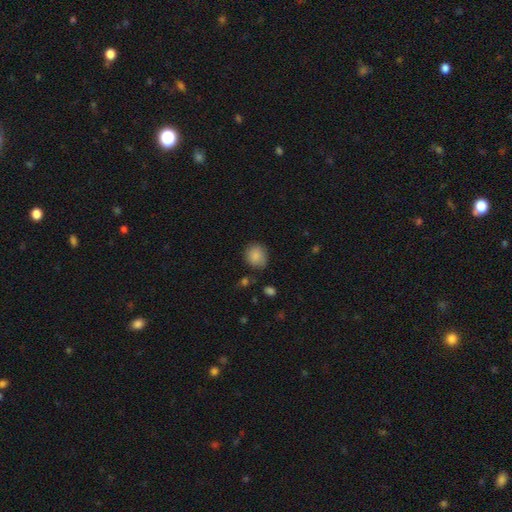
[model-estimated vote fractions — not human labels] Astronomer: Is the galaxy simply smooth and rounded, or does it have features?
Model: smooth — 87%.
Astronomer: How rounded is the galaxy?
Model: round — 79%.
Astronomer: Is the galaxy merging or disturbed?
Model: none — 78%.